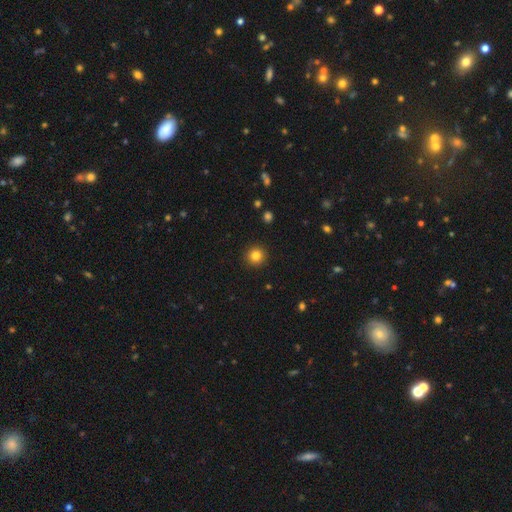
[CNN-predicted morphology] smooth 83%, star or artifact 11%, featured or disk 6%. Down the decision tree: how rounded — round (95%); merging — none (93%).